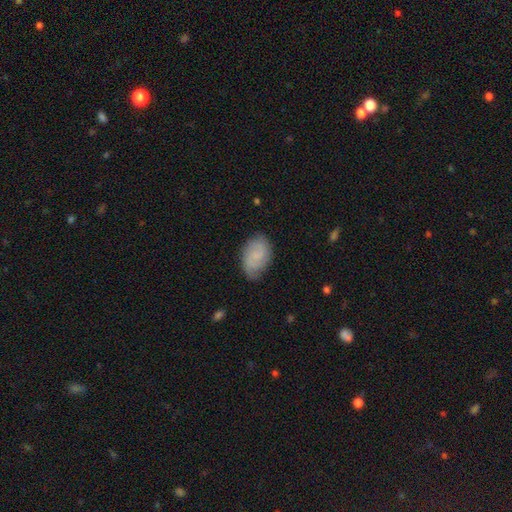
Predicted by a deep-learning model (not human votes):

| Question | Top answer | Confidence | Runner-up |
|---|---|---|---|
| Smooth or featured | smooth | 51% | featured or disk (41%) |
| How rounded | in between | 86% | round (12%) |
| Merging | none | 73% | minor disturbance (21%) |